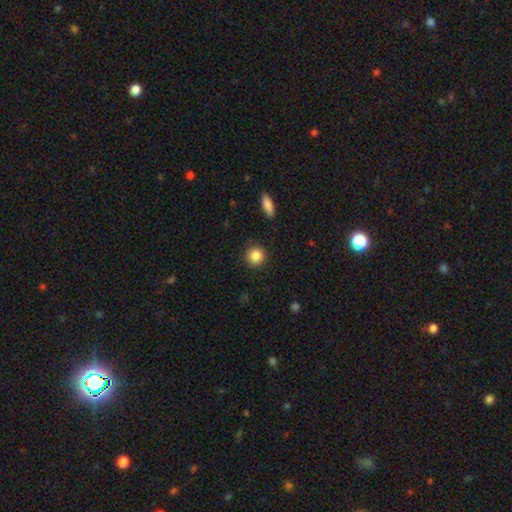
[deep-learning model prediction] smooth-or-featured: smooth: 87% | star or artifact: 9% | featured or disk: 4%
  how-rounded: round: 92% | in between: 7% | cigar-shaped: 1%
  merging: none: 91% | minor disturbance: 6% | major disturbance: 2% | merger: 1%